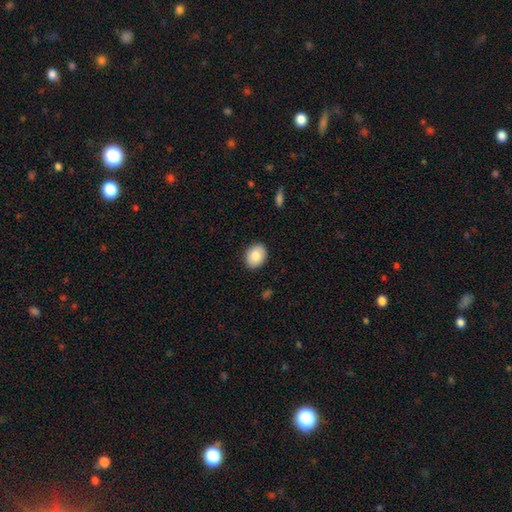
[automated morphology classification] Smooth or featured?
  - smooth: 83% *
  - featured or disk: 9%
  - star or artifact: 7%
How rounded?
  - round: 51% *
  - in between: 48%
  - cigar-shaped: 1%
Merging?
  - none: 89% *
  - minor disturbance: 8%
  - major disturbance: 2%
  - merger: 1%